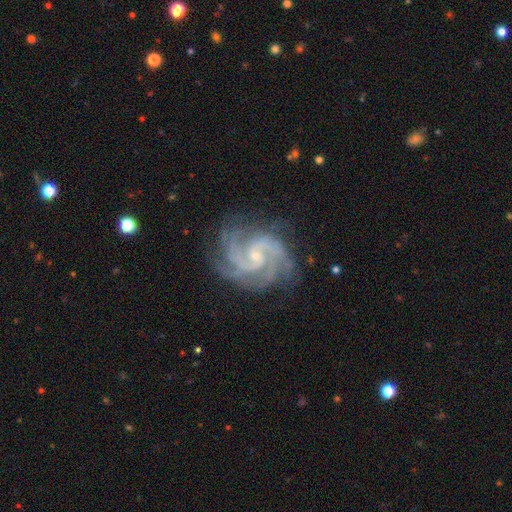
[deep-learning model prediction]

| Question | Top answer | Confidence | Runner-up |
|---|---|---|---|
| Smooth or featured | featured or disk | 92% | star or artifact (5%) |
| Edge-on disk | no | 98% | yes (2%) |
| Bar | no | 50% | weak (39%) |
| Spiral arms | yes | 99% | no (1%) |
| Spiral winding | tight | 48% | medium (46%) |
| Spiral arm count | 3 | 33% | 2 (26%) |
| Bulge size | small | 76% | moderate (20%) |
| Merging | none | 77% | minor disturbance (16%) |